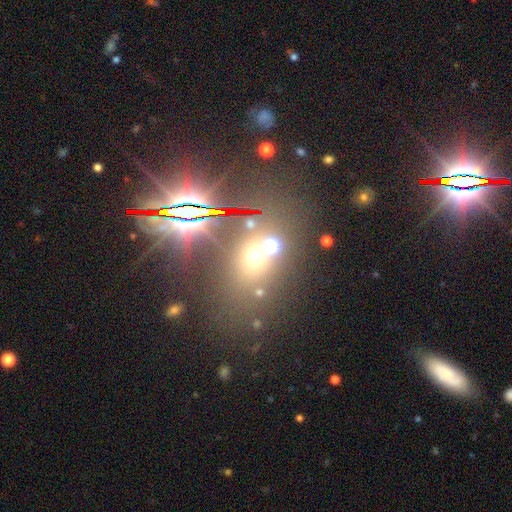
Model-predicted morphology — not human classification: This appears to be a star or artifact, not a galaxy (45%).